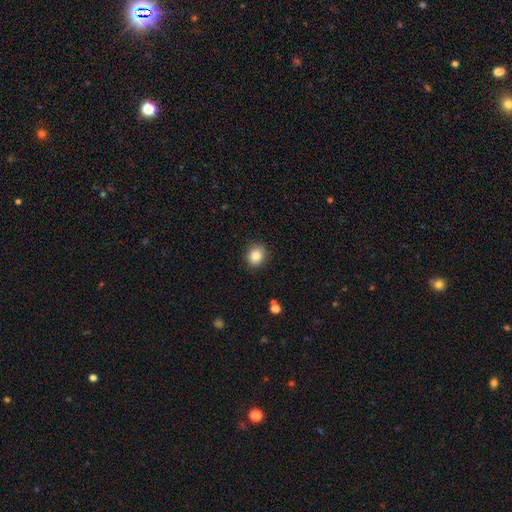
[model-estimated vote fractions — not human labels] A smooth galaxy with no disk features (84%) that is round (80%). Merging: none (88%).